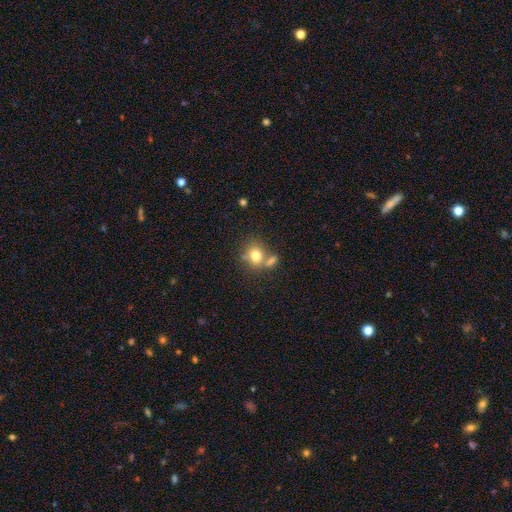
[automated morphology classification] type=smooth (75%); roundness=round (66%); merging=none (48%).